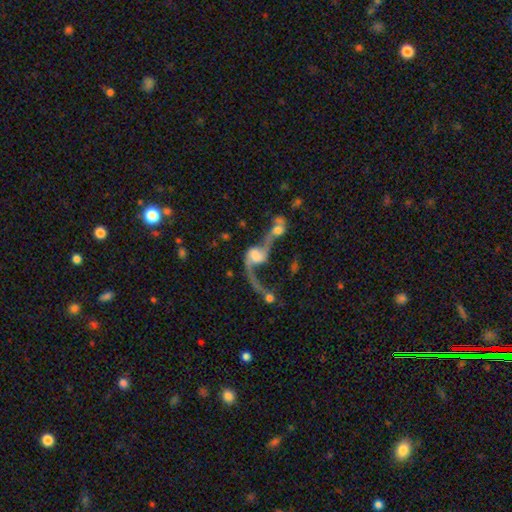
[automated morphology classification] Smooth or featured?
  - featured or disk: 70% *
  - smooth: 20%
  - star or artifact: 10%
Edge-on disk?
  - no: 95% *
  - yes: 5%
Bar?
  - no: 54% *
  - weak: 34%
  - strong: 12%
Spiral arms?
  - yes: 79% *
  - no: 21%
Spiral winding?
  - loose: 88% *
  - medium: 9%
  - tight: 3%
Spiral arm count?
  - 2: 54% *
  - 1: 37%
  - can't tell: 5%
  - 3: 2%
  - 4: 1%
  - more than 4: 1%
Bulge size?
  - moderate: 32% *
  - large: 28%
  - none: 19%
  - small: 16%
  - dominant: 5%
Merging?
  - merger: 69% *
  - major disturbance: 16%
  - none: 10%
  - minor disturbance: 5%